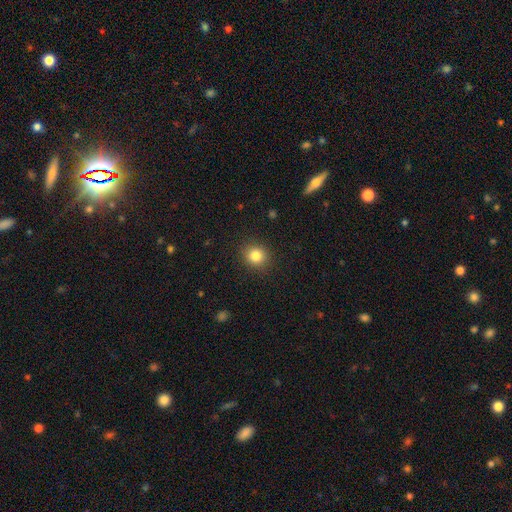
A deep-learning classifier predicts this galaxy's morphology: Smooth or featured: smooth — 83% (star or artifact — 11%)
How rounded: round — 87% (in between — 12%)
Merging: none — 91% (minor disturbance — 6%)